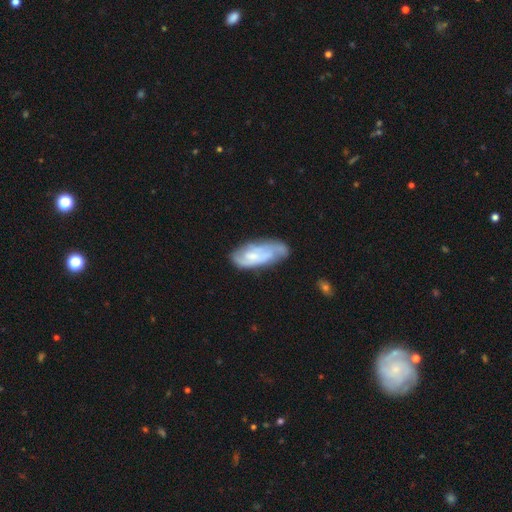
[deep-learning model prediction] Q: Smooth or featured?
A: featured or disk (60%); runner-up: smooth (34%)
Q: Edge-on disk?
A: no (91%); runner-up: yes (9%)
Q: Bar?
A: no (64%); runner-up: weak (30%)
Q: Spiral arms?
A: yes (82%); runner-up: no (18%)
Q: Bulge size?
A: small (52%); runner-up: moderate (30%)
Q: Merging?
A: none (52%); runner-up: minor disturbance (31%)